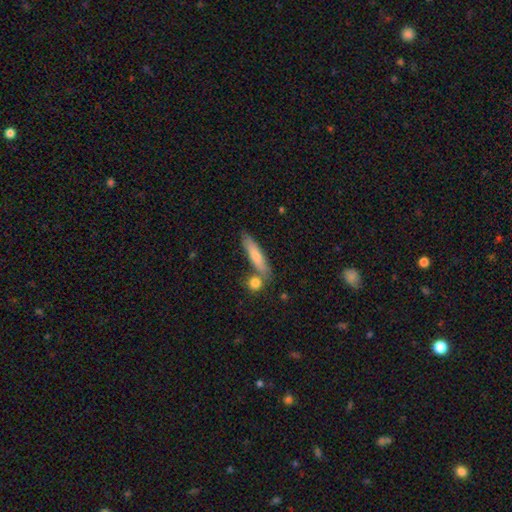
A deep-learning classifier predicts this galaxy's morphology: This appears to be a smooth galaxy with no disk features (76%) that is cigar-shaped (80%). Merging: none (70%).